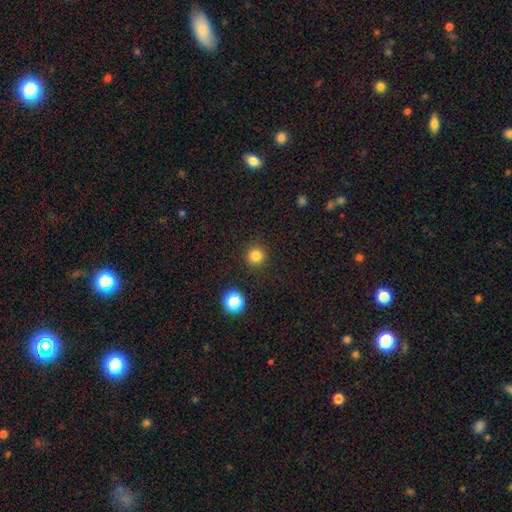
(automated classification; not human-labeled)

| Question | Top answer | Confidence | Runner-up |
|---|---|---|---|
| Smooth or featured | smooth | 82% | star or artifact (14%) |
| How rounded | round | 95% | in between (4%) |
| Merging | none | 91% | minor disturbance (5%) |